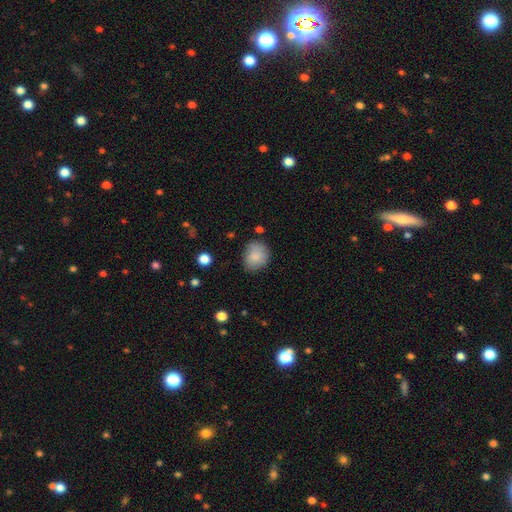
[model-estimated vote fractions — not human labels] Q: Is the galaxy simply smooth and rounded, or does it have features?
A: smooth — 85%.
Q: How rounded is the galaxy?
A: round — 58%.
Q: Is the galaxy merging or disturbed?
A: none — 71%.